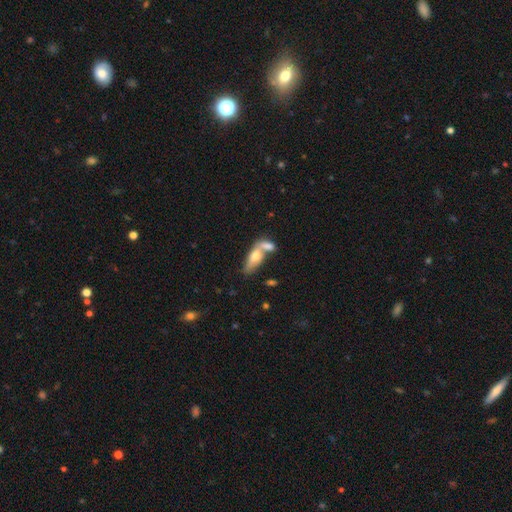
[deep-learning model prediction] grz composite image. It shows a smooth galaxy with no disk features (60%) that is in between round and cigar-shaped (66%). Merging: merger (57%).